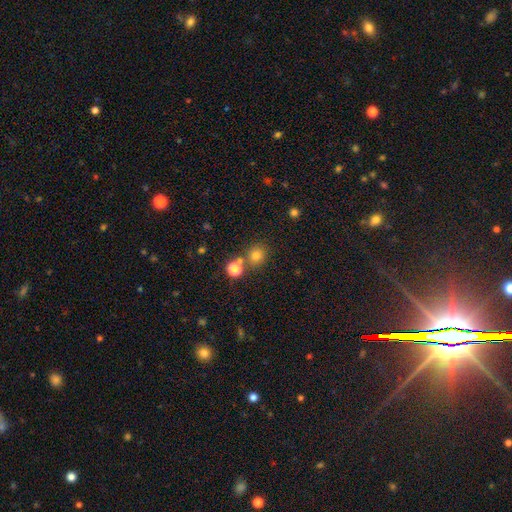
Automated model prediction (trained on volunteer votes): A smooth galaxy with no disk features (53%) that is round (83%).

Vote fractions:
- Smooth or featured? smooth: 53% / star or artifact: 39% / featured or disk: 9%
- How rounded? round: 83% / in between: 16% / cigar-shaped: 2%
- Merging? none: 70% / merger: 19% / minor disturbance: 7% / major disturbance: 3%